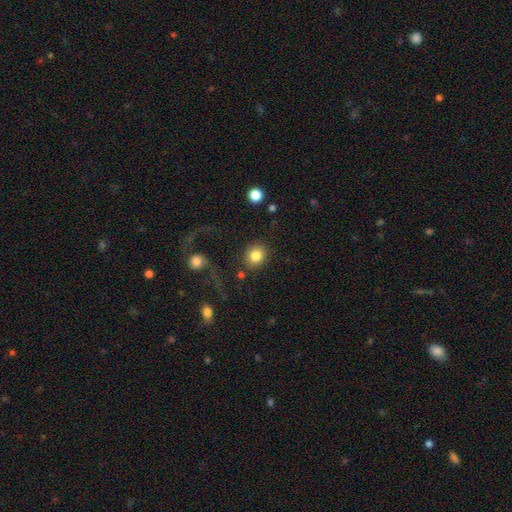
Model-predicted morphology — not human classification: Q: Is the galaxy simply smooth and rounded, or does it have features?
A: smooth — 84%.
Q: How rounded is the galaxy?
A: round — 78%.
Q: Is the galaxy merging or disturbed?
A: none — 82%.